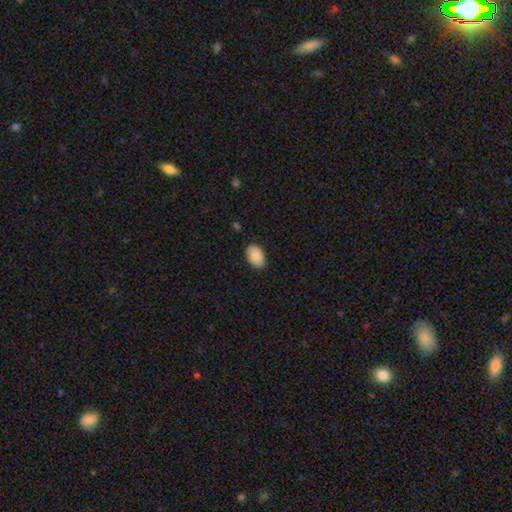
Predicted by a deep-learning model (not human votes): Smooth or featured? Predicted: smooth (p=0.91). How rounded? Predicted: in between (p=0.92). Merging? Predicted: none (p=0.88).